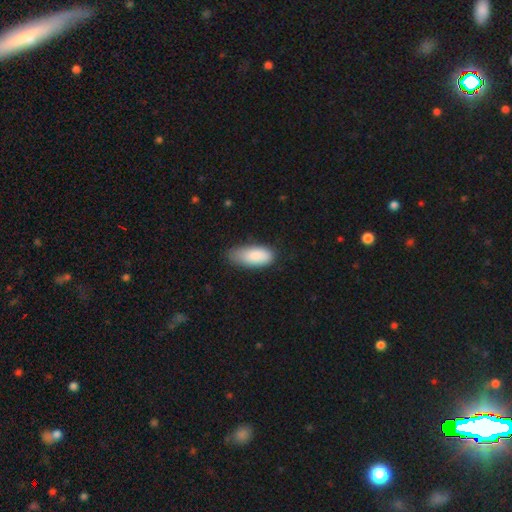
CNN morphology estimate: Smooth or featured: smooth — 87% (featured or disk — 6%)
How rounded: in between — 86% (cigar-shaped — 12%)
Merging: none — 58% (minor disturbance — 34%)